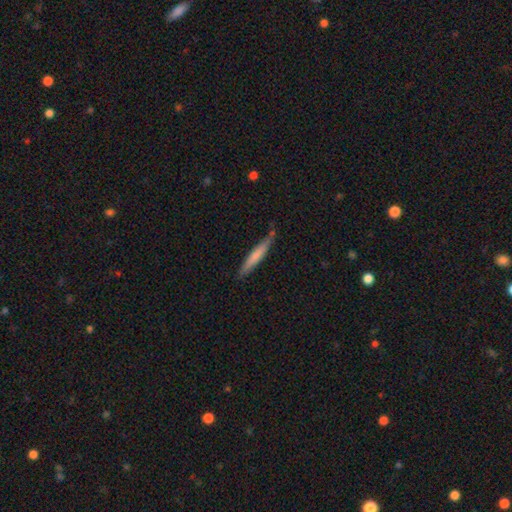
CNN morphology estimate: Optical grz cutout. It shows a smooth galaxy with no disk features (67%) that is cigar-shaped (95%). Merging: none (76%).